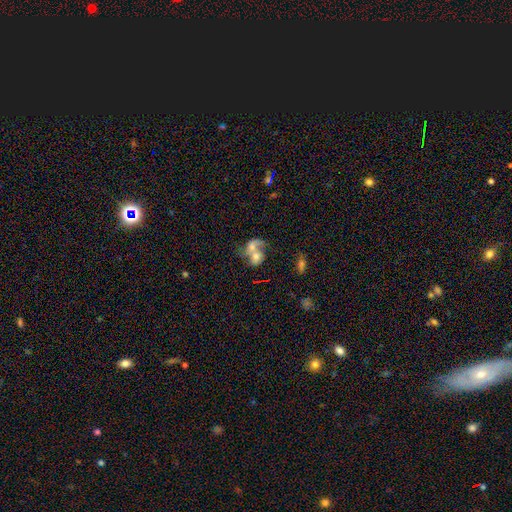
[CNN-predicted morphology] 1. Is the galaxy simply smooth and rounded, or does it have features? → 45% smooth, 44% featured or disk, 11% star or artifact.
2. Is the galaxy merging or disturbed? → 73% merger, 13% none, 8% major disturbance, 6% minor disturbance.